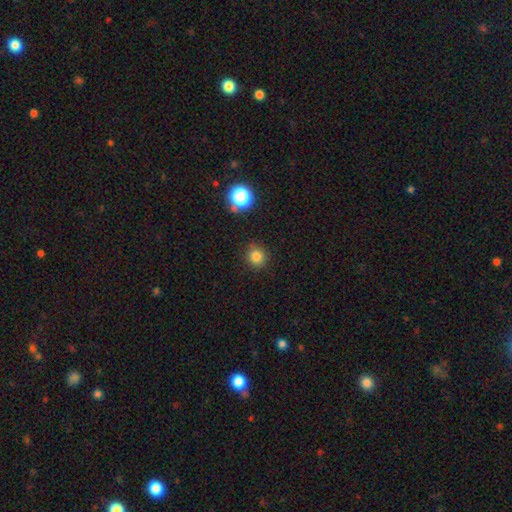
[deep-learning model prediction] A smooth galaxy with no disk features (81%) that is round (90%).

Vote fractions:
- Smooth or featured? smooth: 81% / star or artifact: 14% / featured or disk: 5%
- How rounded? round: 90% / in between: 9% / cigar-shaped: 1%
- Merging? none: 87% / minor disturbance: 8% / major disturbance: 3% / merger: 2%